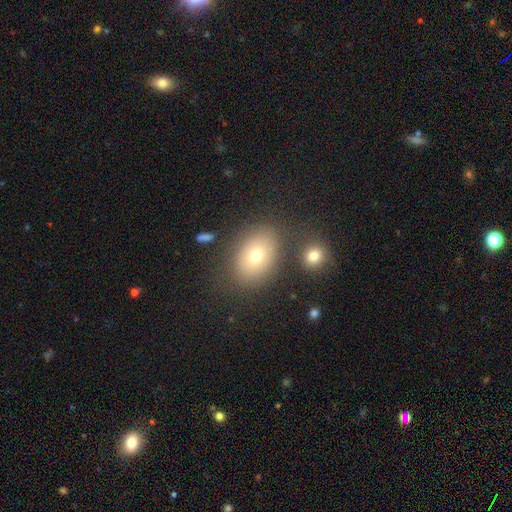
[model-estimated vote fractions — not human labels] smooth-or-featured: smooth: 71% | featured or disk: 17% | star or artifact: 12%
  how-rounded: in between: 75% | round: 24% | cigar-shaped: 1%
  merging: none: 77% | minor disturbance: 11% | merger: 8% | major disturbance: 4%